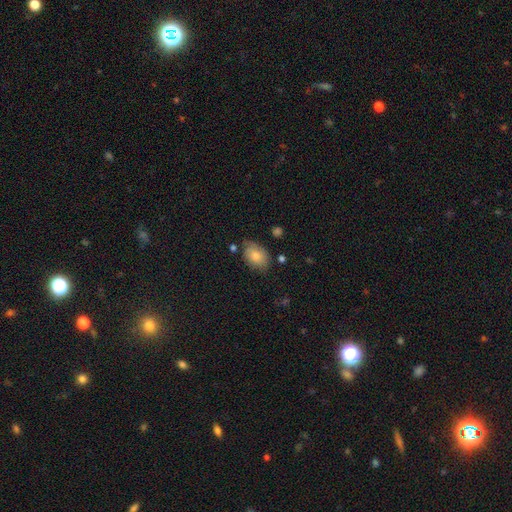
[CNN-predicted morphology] Smooth or featured? Predicted: smooth (p=0.77). How rounded? Predicted: in between (p=0.82). Merging? Predicted: none (p=0.63).